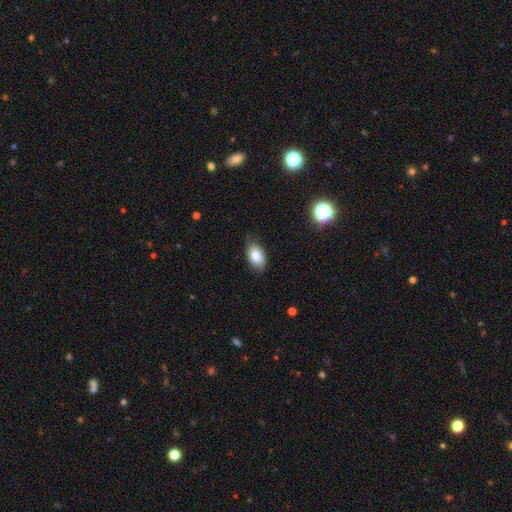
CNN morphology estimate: Smooth or featured? Predicted: smooth (p=0.85). How rounded? Predicted: in between (p=0.92). Merging? Predicted: none (p=0.77).